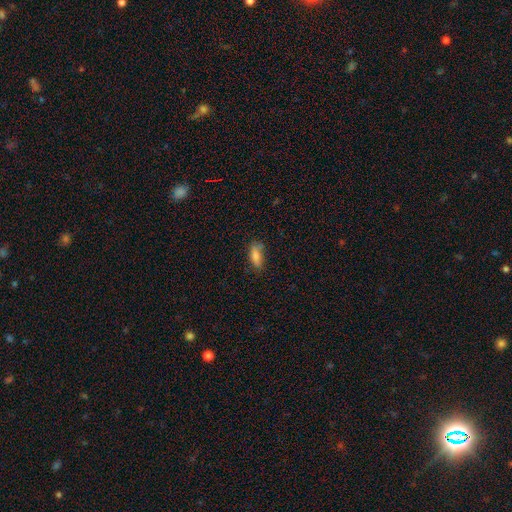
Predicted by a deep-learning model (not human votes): A smooth galaxy with no disk features (81%) that is in between round and cigar-shaped (76%). Merging: none (66%).